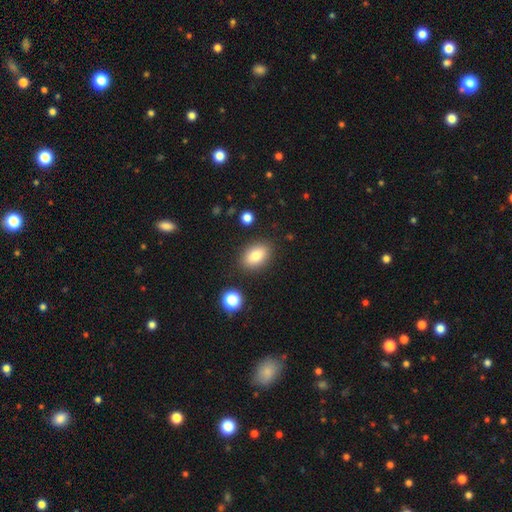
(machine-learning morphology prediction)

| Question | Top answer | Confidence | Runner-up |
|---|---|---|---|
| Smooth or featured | smooth | 81% | featured or disk (10%) |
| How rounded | in between | 85% | round (13%) |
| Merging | none | 85% | minor disturbance (10%) |